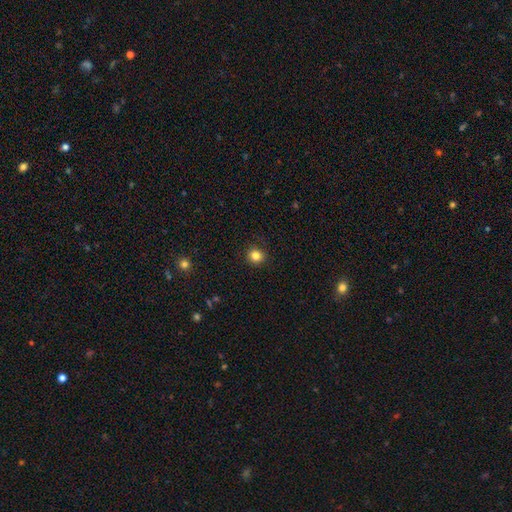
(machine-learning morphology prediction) Smooth or featured?
  - smooth: 84% *
  - star or artifact: 12%
  - featured or disk: 5%
How rounded?
  - round: 90% *
  - in between: 9%
  - cigar-shaped: 1%
Merging?
  - none: 90% *
  - minor disturbance: 7%
  - major disturbance: 2%
  - merger: 1%